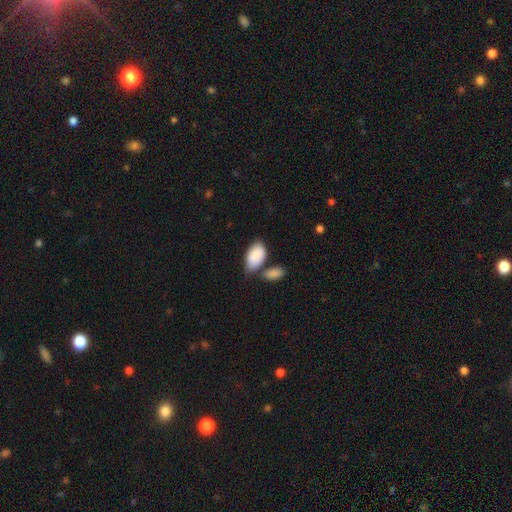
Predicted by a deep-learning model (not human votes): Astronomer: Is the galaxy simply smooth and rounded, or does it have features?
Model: smooth — 88%.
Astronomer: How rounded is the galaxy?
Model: in between — 95%.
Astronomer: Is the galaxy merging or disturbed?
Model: none — 44% (runner-up: merger, 30%).